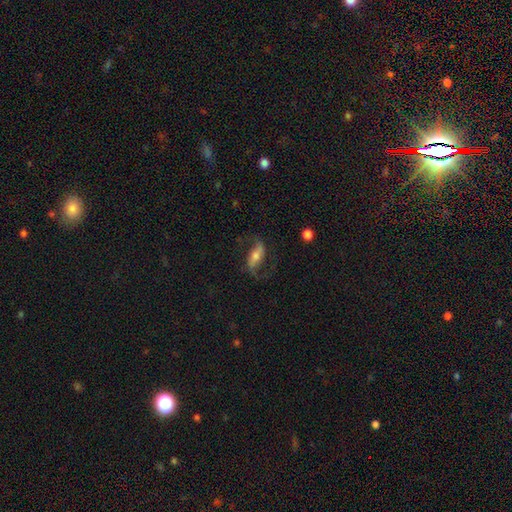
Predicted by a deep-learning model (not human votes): Q: Smooth or featured?
A: featured or disk (78%); runner-up: smooth (14%)
Q: Edge-on disk?
A: no (92%); runner-up: yes (8%)
Q: Bar?
A: strong (39%); runner-up: weak (34%)
Q: Spiral arms?
A: yes (94%); runner-up: no (6%)
Q: Spiral winding?
A: loose (64%); runner-up: medium (29%)
Q: Spiral arm count?
A: 2 (92%); runner-up: can't tell (3%)
Q: Bulge size?
A: moderate (54%); runner-up: small (30%)
Q: Merging?
A: none (73%); runner-up: minor disturbance (14%)